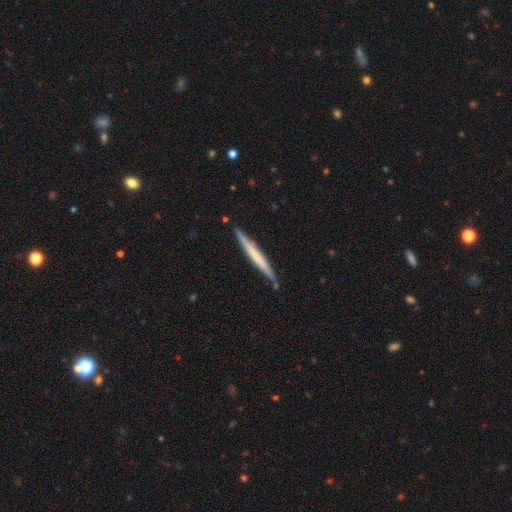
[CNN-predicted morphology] featured or disk 48%, smooth 47%, star or artifact 5%. Down the decision tree: merging — none (87%).